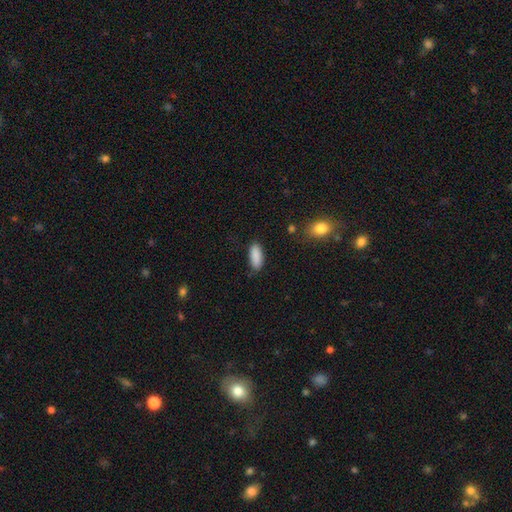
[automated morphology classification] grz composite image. It shows a smooth galaxy with no disk features (89%) that is in between round and cigar-shaped (79%). Merging: none (78%).